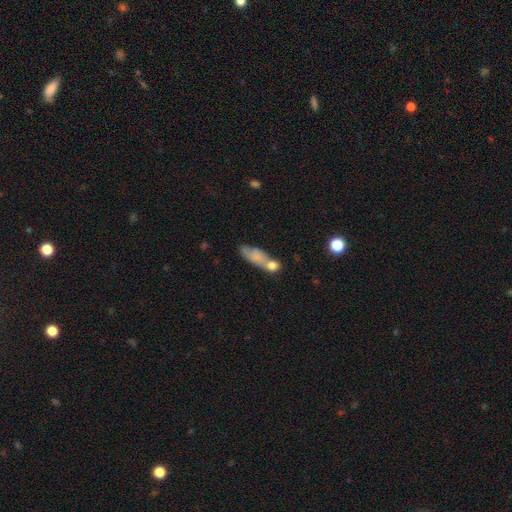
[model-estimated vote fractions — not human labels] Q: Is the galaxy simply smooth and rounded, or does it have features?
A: smooth — 66%.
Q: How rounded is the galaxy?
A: in between — 60%.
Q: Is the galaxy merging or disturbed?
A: merger — 40%.